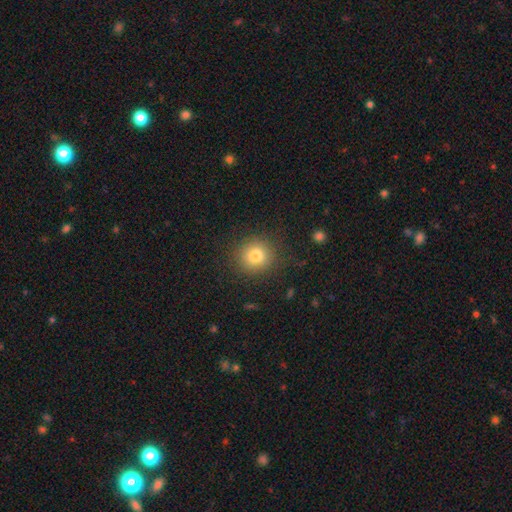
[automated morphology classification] The model was most divided on "smooth or featured": smooth: 80%, star or artifact: 12%, featured or disk: 8%. More confident: how rounded — round (88%); merging — none (87%).